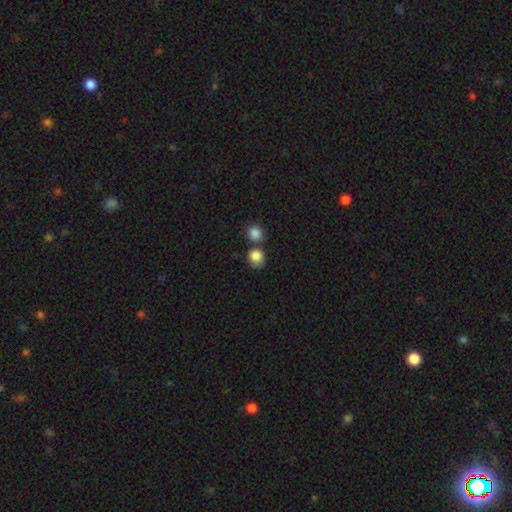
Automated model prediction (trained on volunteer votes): smooth 85%, star or artifact 9%, featured or disk 6%. Down the decision tree: how rounded — round (75%); merging — none (55%).